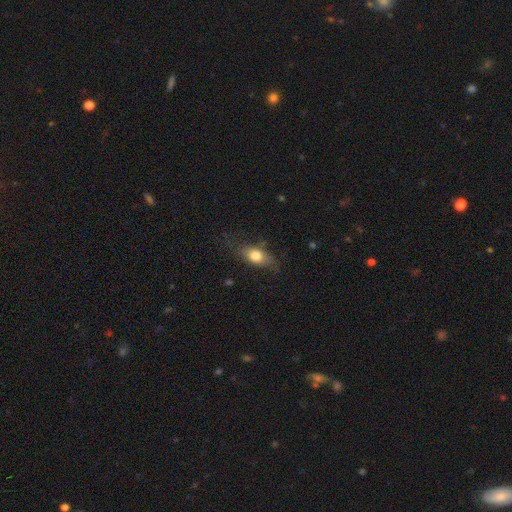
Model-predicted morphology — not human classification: type=smooth (72%); roundness=in between (76%); merging=none (66%).